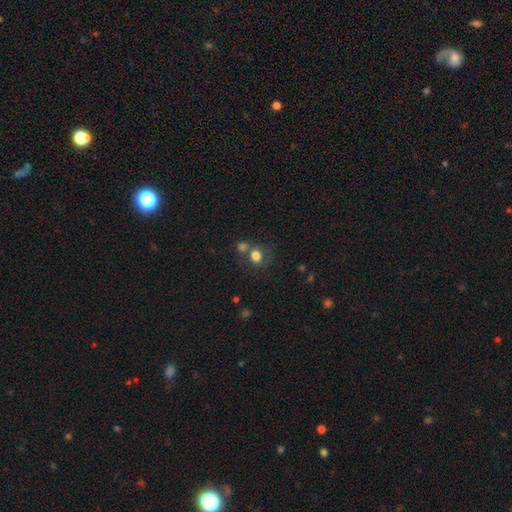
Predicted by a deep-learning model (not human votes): smooth 78%, star or artifact 12%, featured or disk 11%. Down the decision tree: how rounded — round (65%); merging — none (46%).